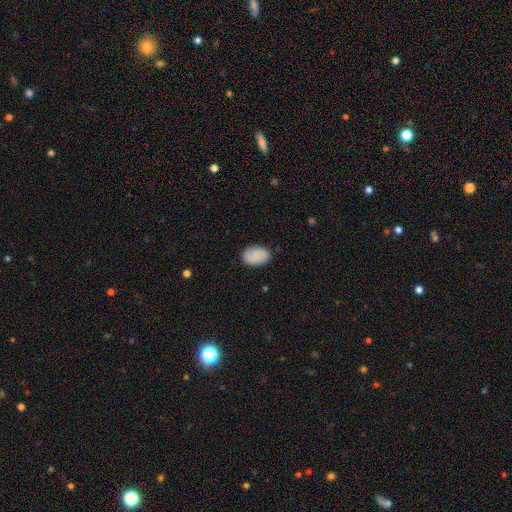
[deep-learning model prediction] This appears to be a smooth galaxy with no disk features (87%) that is in between round and cigar-shaped (89%). Merging: none (85%).